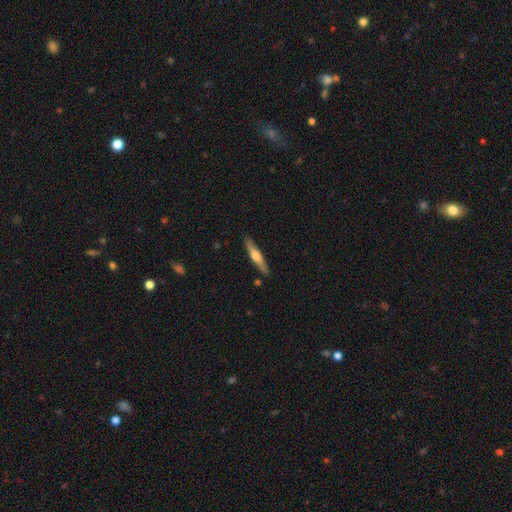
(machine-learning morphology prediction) This is possibly a featured or disk galaxy (54%). It is clearly viewed edge-on (95%). Edge-on bulge: clearly rounded (86%). Merging: clearly none (88%).